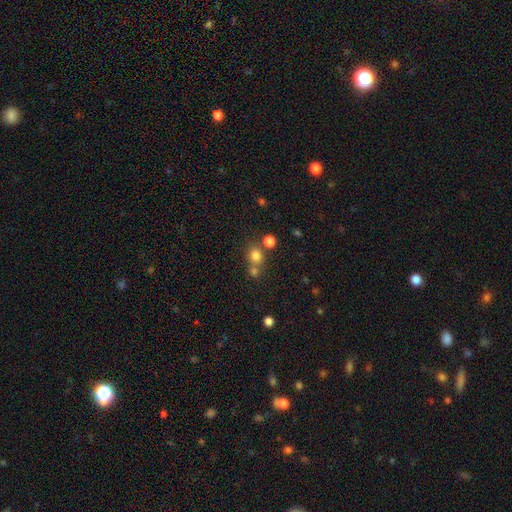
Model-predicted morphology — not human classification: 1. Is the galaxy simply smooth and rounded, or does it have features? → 77% smooth, 16% star or artifact, 7% featured or disk.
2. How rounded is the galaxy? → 83% round, 16% in between, 1% cigar-shaped.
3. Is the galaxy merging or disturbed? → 59% none, 31% merger, 8% minor disturbance, 3% major disturbance.